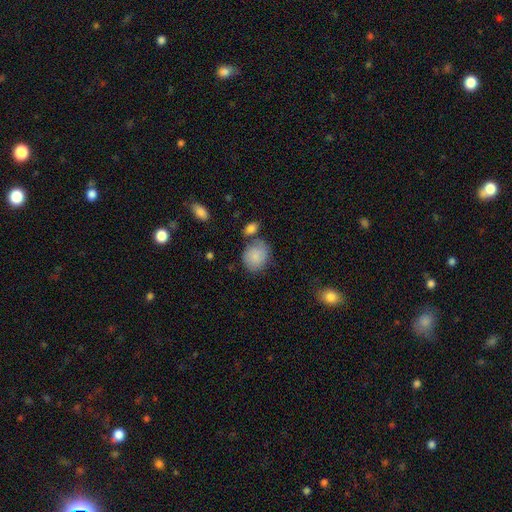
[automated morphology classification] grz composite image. It shows a smooth galaxy with no disk features (82%) that is round (67%). Merging: none (60%).